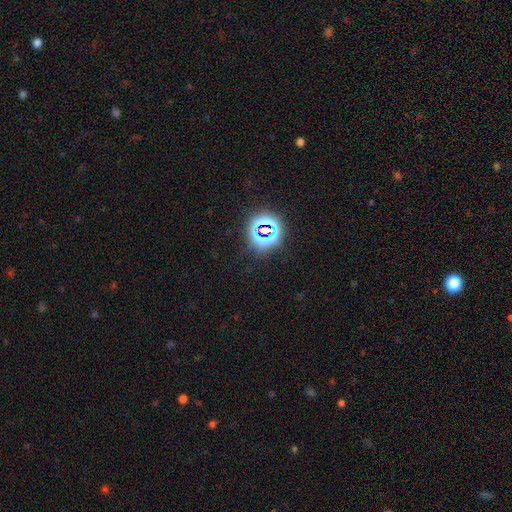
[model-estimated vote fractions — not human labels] smooth-or-featured: star or artifact: 82% | smooth: 12% | featured or disk: 6%